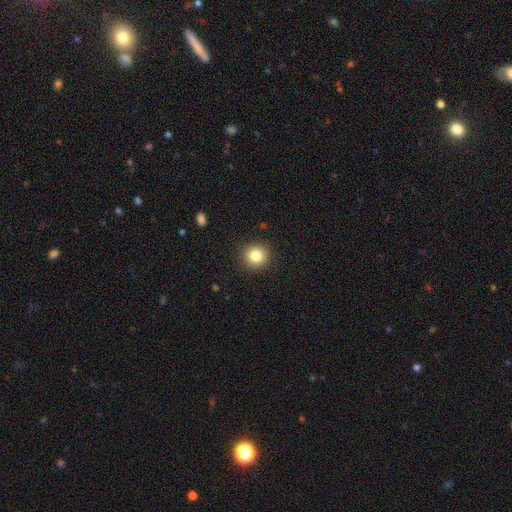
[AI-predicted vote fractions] This appears to be a smooth galaxy with no disk features (83%) that is round (92%). Merging: none (91%).